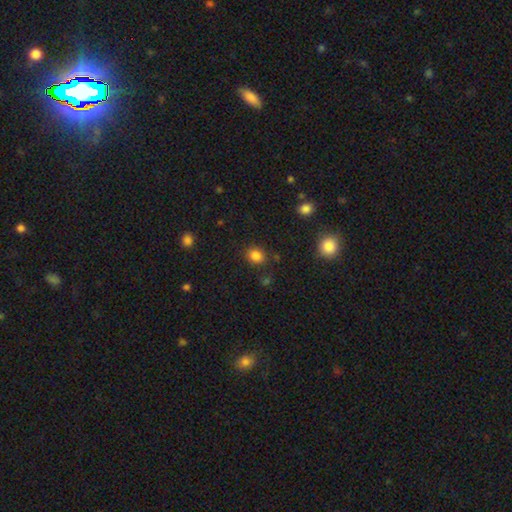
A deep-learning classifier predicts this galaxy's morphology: Q: Smooth or featured?
A: smooth (83%); runner-up: star or artifact (12%)
Q: How rounded?
A: round (63%); runner-up: in between (36%)
Q: Merging?
A: none (82%); runner-up: minor disturbance (11%)